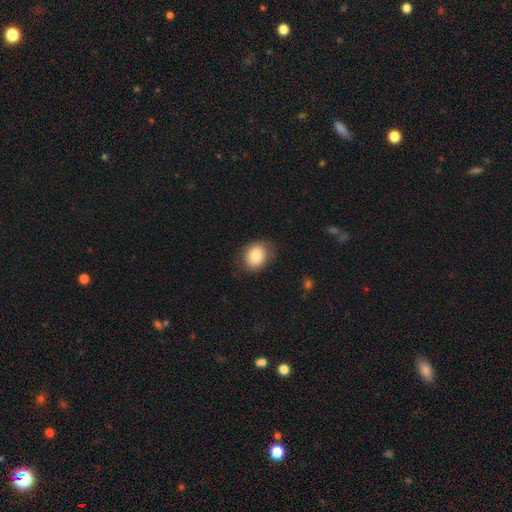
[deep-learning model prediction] This appears to be a smooth galaxy with no disk features (79%) that is round (59%). Merging: none (76%).